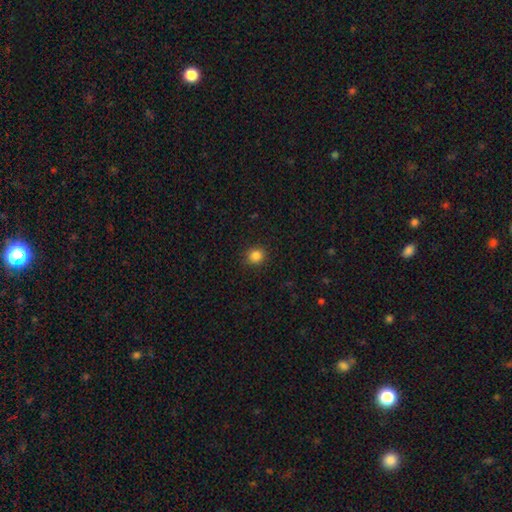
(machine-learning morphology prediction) Smooth or featured? smooth (85%)
How rounded? round (85%)
Merging? none (90%)